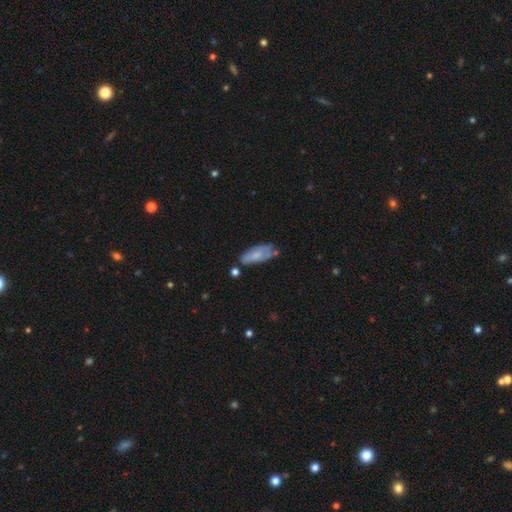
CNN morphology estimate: Smooth or featured? Predicted: smooth (p=0.65). How rounded? Predicted: in between (p=0.78). Merging? Predicted: none (p=0.51).